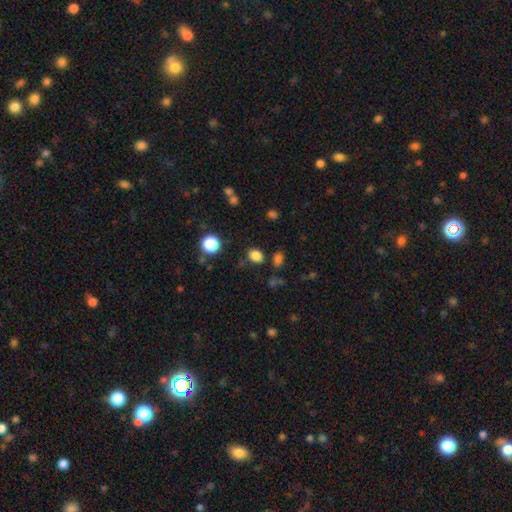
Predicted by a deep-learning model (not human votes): This is clearly a smooth galaxy (82%). How rounded: possibly in between (50%). Merging: likely none (78%).